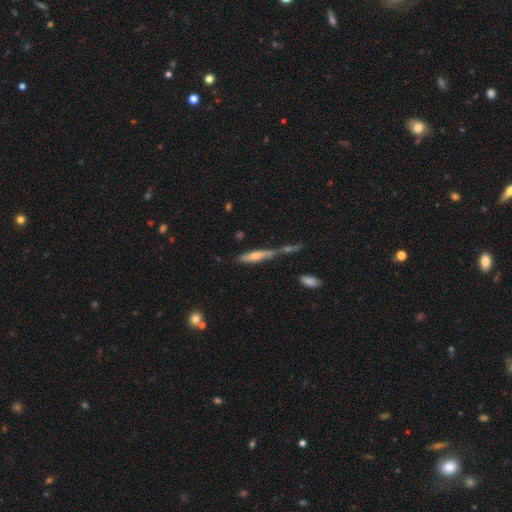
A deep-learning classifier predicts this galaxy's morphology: Smooth or featured? Predicted: smooth (p=0.57). How rounded? Predicted: cigar-shaped (p=0.81). Merging? Predicted: merger (p=0.41).